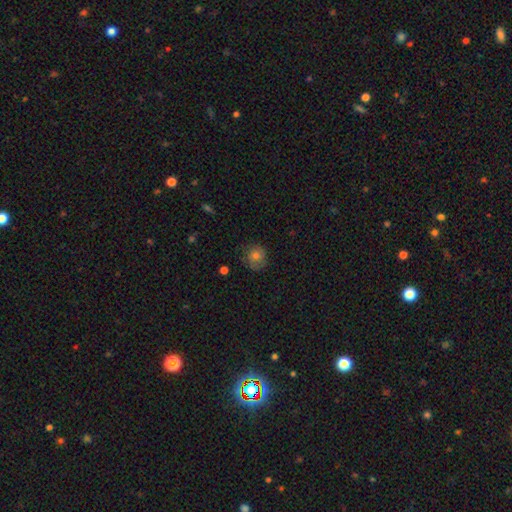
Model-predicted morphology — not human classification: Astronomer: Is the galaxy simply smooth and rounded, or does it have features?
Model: smooth — 68%.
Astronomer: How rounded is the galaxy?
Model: round — 84%.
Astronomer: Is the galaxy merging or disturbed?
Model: none — 74%.